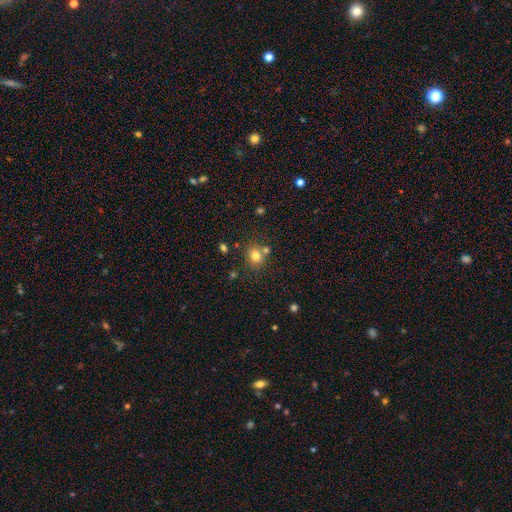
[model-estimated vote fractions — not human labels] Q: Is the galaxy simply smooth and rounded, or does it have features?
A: smooth — 78%.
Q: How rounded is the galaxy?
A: round — 78%.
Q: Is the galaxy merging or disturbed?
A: none — 70%.